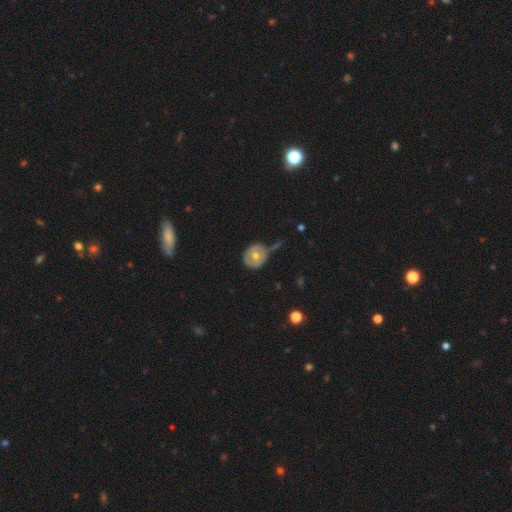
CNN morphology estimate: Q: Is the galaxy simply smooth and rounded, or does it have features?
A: smooth — 52%.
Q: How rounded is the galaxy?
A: round — 80%.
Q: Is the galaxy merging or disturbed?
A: none — 63%.